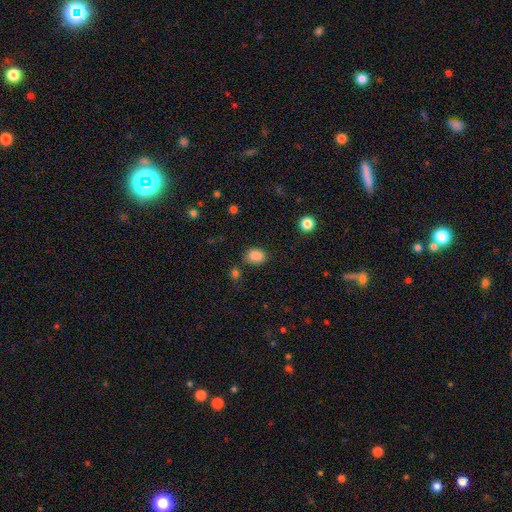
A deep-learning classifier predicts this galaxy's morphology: This appears to be a smooth galaxy with no disk features (86%) that is in between round and cigar-shaped (62%). Merging: none (76%).